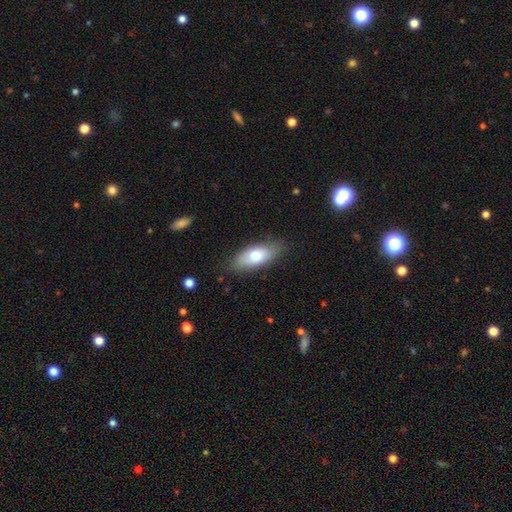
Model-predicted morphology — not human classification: smooth_or_featured: smooth (p=0.73) [alt: featured or disk p=0.20]
how_rounded: in between (p=0.82) [alt: cigar-shaped p=0.15]
merging: none (p=0.79) [alt: minor disturbance p=0.16]